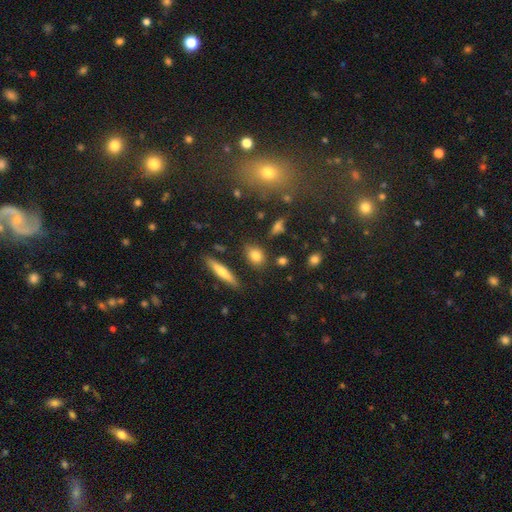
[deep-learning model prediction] A smooth galaxy with no disk features (79%) that is in between round and cigar-shaped (54%). Merging: none (80%).